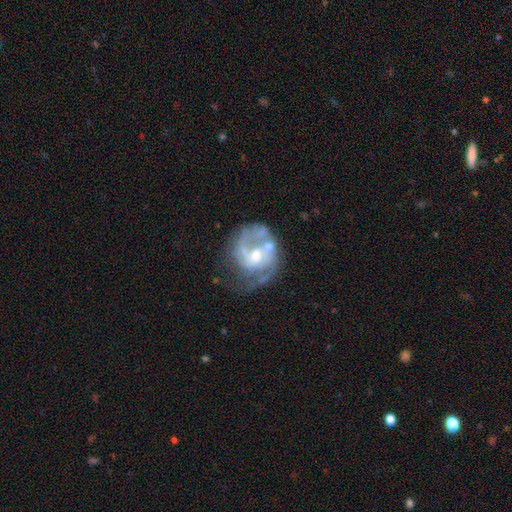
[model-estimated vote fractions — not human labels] A featured or disk galaxy (82%) with no bar (52%), 2 (49%) medium (44%) spiral arms (85%) and a moderate central bulge (53%).

Vote fractions:
- Smooth or featured? featured or disk: 82% / smooth: 11% / star or artifact: 7%
- Edge-on disk? no: 98% / yes: 2%
- Bar? no: 52% / weak: 39% / strong: 9%
- Spiral arms? yes: 85% / no: 15%
- Spiral winding? medium: 44% / tight: 32% / loose: 24%
- Spiral arm count? 2: 49% / can't tell: 19% / 1: 19% / 3: 8% / 4: 2% / more than 4: 2%
- Bulge size? moderate: 53% / small: 37% / none: 5% / large: 4% / dominant: 1%
- Merging? none: 41% / major disturbance: 24% / minor disturbance: 20% / merger: 14%